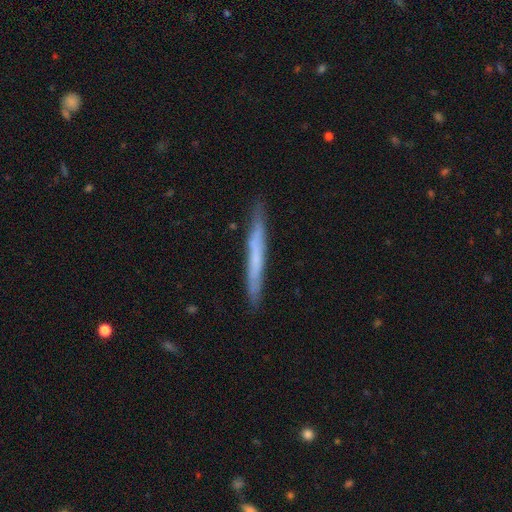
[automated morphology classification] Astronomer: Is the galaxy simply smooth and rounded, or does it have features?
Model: smooth — 53% (runner-up: featured or disk, 42%).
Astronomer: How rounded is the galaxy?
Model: cigar-shaped — 97%.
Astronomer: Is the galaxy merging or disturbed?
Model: none — 89%.